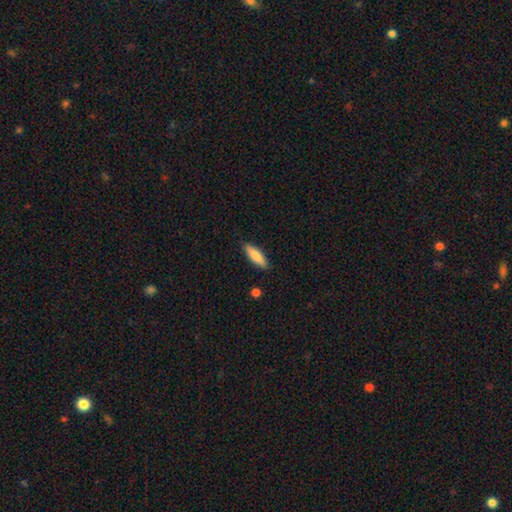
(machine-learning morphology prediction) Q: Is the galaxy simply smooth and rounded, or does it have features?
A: smooth — 77%.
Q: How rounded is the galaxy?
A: cigar-shaped — 56%.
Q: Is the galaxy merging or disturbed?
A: none — 87%.